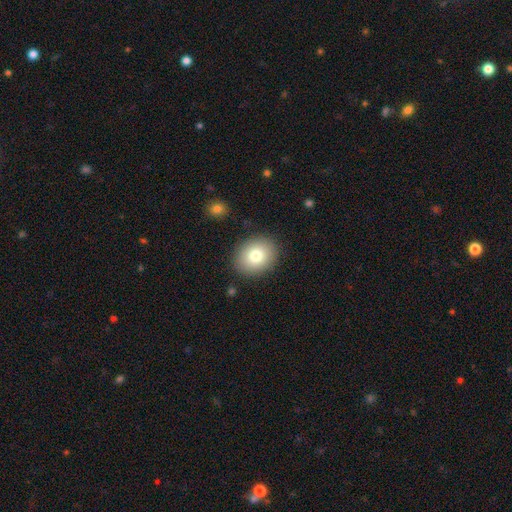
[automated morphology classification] Smooth or featured? Predicted: smooth (p=0.80). How rounded? Predicted: round (p=0.53). Merging? Predicted: none (p=0.88).